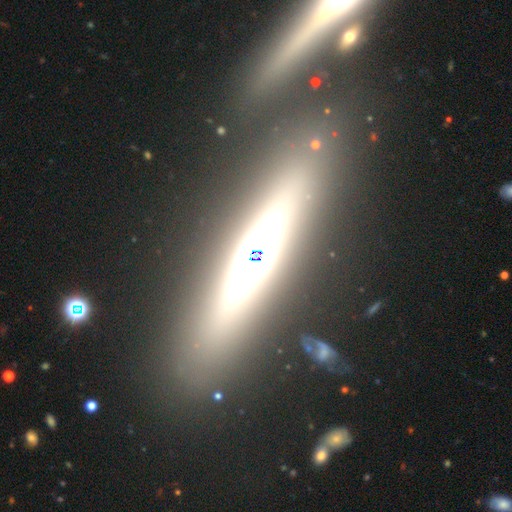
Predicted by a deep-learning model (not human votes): A featured or disk galaxy (64%) viewed edge-on (91%) with a rounded central bulge (89%).

Vote fractions:
- Smooth or featured? featured or disk: 64% / smooth: 20% / star or artifact: 16%
- Edge-on disk? yes: 91% / no: 9%
- Edge-on bulge? rounded: 89% / boxy: 8% / none: 3%
- Merging? none: 87% / minor disturbance: 8% / major disturbance: 3% / merger: 2%